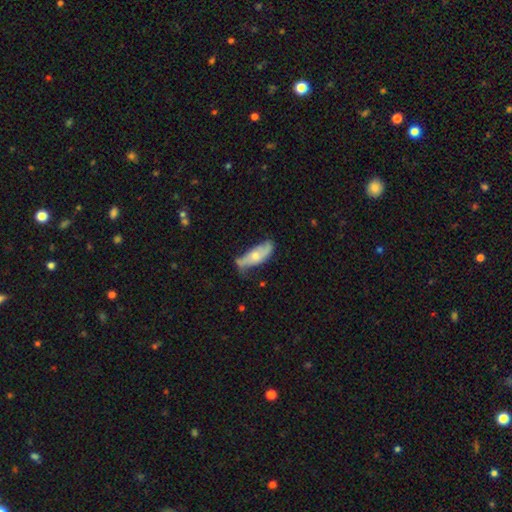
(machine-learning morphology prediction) A smooth galaxy with no disk features (47%, tied with featured or disk). Merging: none (43%).